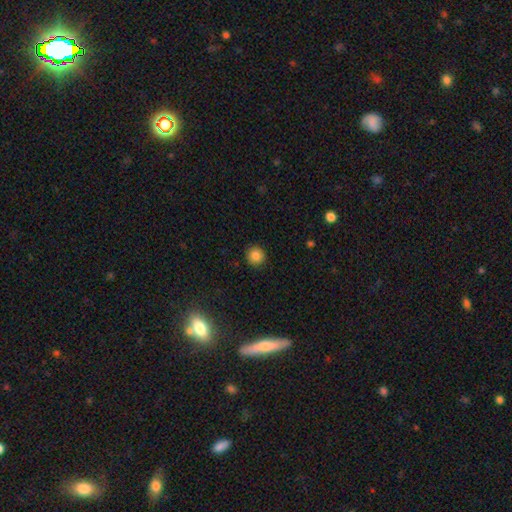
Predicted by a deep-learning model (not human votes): This appears to be a smooth galaxy with no disk features (84%) that is round (94%). Merging: none (92%).